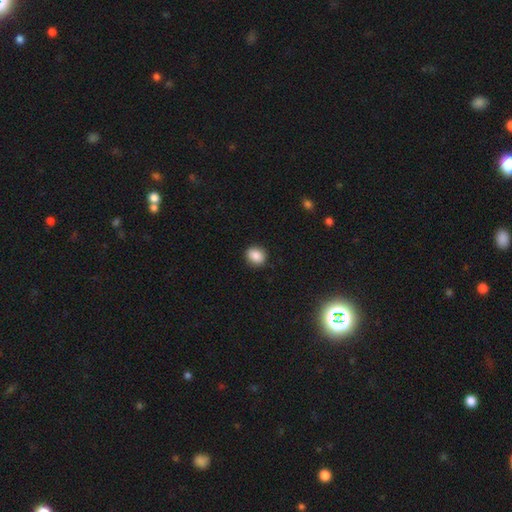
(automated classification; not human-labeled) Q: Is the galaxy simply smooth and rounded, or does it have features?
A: smooth — 87%.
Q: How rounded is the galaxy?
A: round — 62%.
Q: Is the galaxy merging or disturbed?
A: none — 89%.